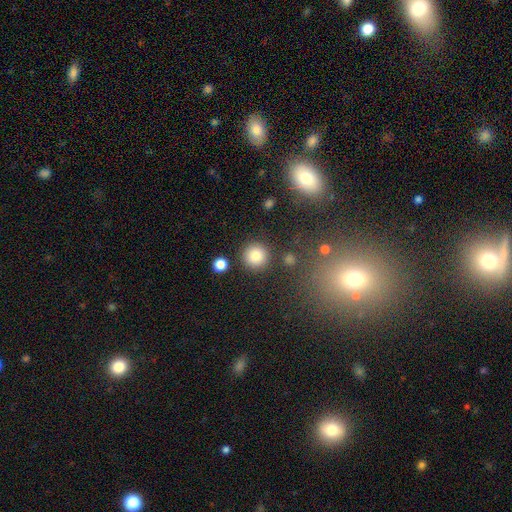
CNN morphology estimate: smooth-or-featured: smooth: 84% | star or artifact: 10% | featured or disk: 5%
  how-rounded: round: 94% | in between: 5% | cigar-shaped: 1%
  merging: none: 86% | minor disturbance: 7% | merger: 4% | major disturbance: 3%